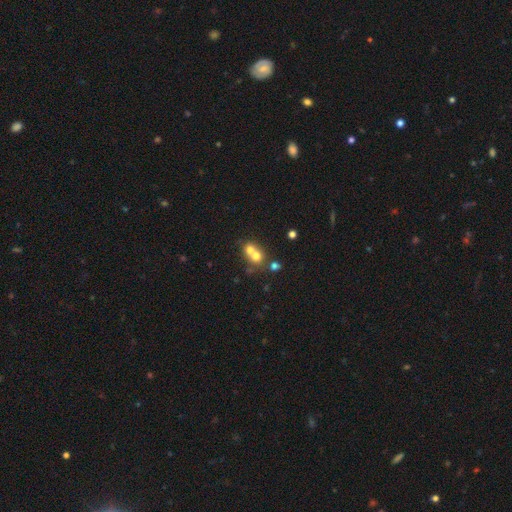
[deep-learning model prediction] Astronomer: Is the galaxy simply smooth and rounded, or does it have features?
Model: smooth — 66%.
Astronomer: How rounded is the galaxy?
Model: round — 76%.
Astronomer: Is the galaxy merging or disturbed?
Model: merger — 64%.